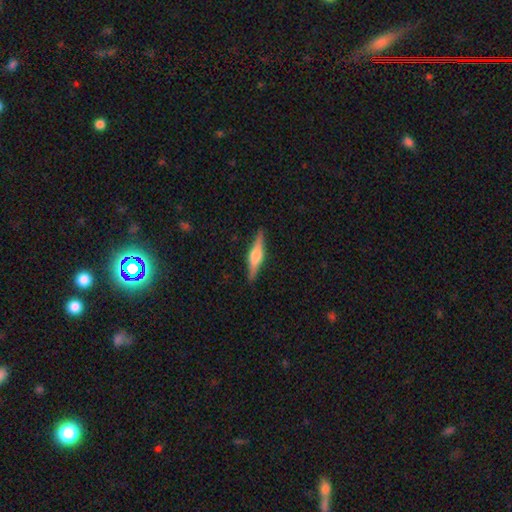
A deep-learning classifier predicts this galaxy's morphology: This appears to be a featured or disk galaxy (66%) viewed edge-on (97%) with a rounded central bulge (85%). Merging: none (90%).